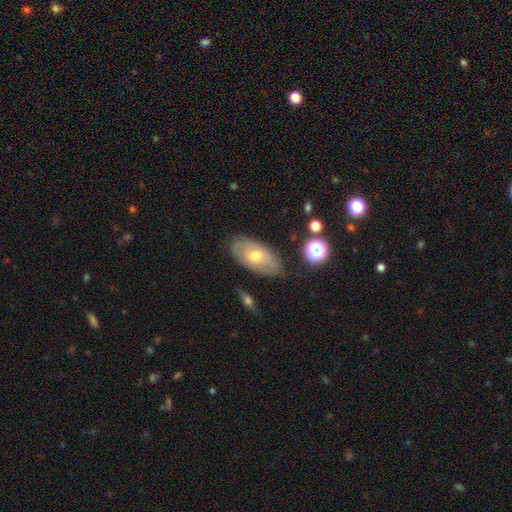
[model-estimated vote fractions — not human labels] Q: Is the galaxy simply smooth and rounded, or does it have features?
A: smooth — 50%.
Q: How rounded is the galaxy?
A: in between — 91%.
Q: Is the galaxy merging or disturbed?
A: none — 76%.